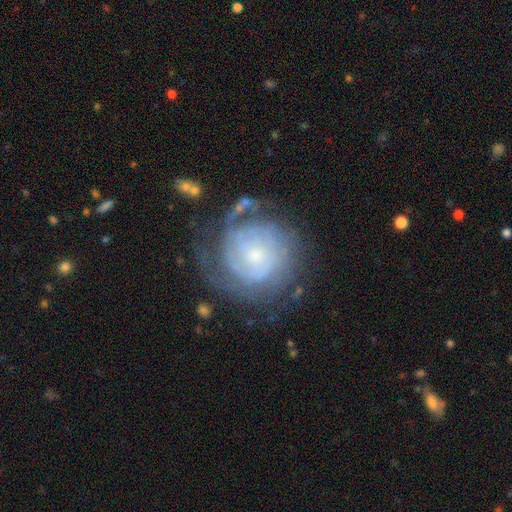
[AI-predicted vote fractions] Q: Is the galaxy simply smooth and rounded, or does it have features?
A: featured or disk — 76%.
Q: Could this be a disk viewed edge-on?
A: no — 98%.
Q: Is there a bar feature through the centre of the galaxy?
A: no — 73%.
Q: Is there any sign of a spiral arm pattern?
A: yes — 88%.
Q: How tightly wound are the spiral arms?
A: tight — 71%.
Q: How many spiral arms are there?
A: can't tell — 46%.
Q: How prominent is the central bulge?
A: small — 62%.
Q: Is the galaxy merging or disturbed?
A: none — 62%.